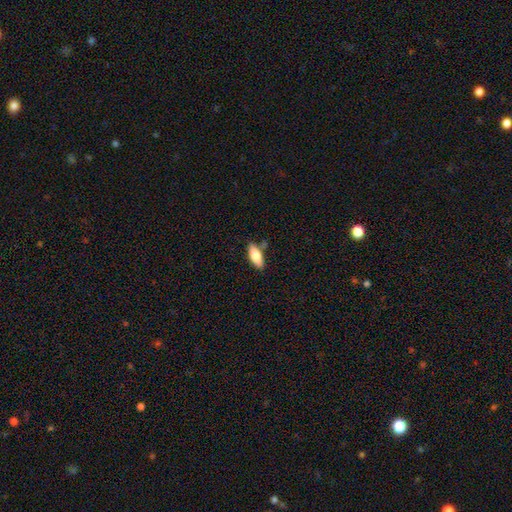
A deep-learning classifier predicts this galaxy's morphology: Smooth or featured?
  - smooth: 74% *
  - featured or disk: 19%
  - star or artifact: 6%
How rounded?
  - in between: 70% *
  - cigar-shaped: 28%
  - round: 2%
Merging?
  - none: 75% *
  - minor disturbance: 15%
  - merger: 7%
  - major disturbance: 3%